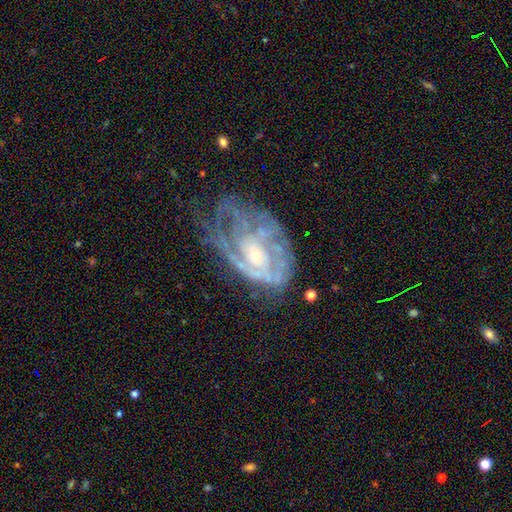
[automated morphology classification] This is clearly a featured or disk galaxy (83%). It is clearly not viewed edge-on (96%). Bar: likely no (71%). Spiral arm pattern: clearly yes (84%). Spiral arm count: possibly can't tell (46%). Spiral winding: possibly tight (59%). Central bulge: likely small (72%). Merging: marginally none (38%).